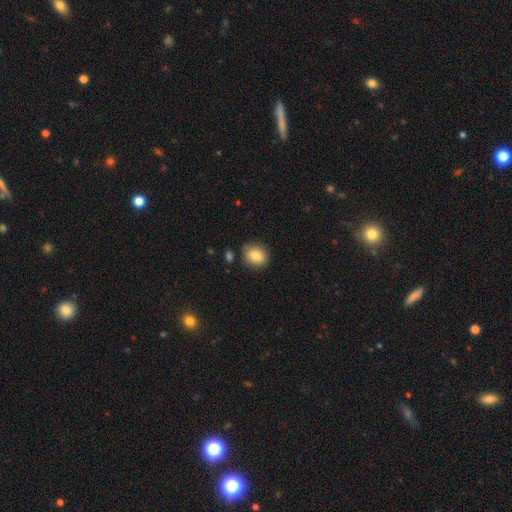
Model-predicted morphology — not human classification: Smooth or featured? smooth (81%)
How rounded? round (64%)
Merging? none (81%)